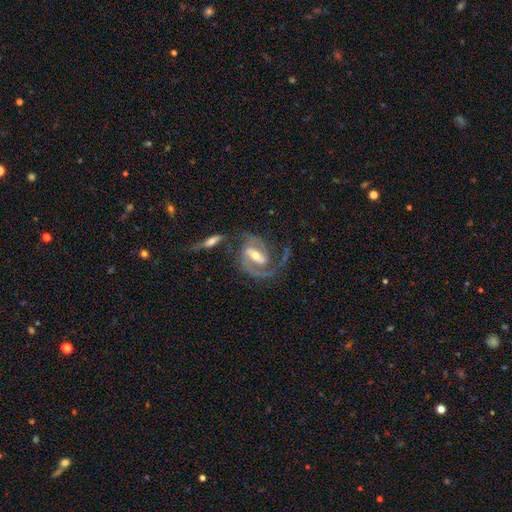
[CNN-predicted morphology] smooth_or_featured: featured or disk (p=0.91) [alt: smooth p=0.05]
disk_edge_on: no (p=0.97) [alt: yes p=0.03]
bar: strong (p=0.51) [alt: weak p=0.37]
has_spiral_arms: yes (p=0.98) [alt: no p=0.02]
spiral_winding: medium (p=0.55) [alt: tight p=0.32]
spiral_arm_count: 2 (p=0.87) [alt: 1 p=0.06]
bulge_size: moderate (p=0.60) [alt: small p=0.32]
merging: none (p=0.58) [alt: minor disturbance p=0.15]